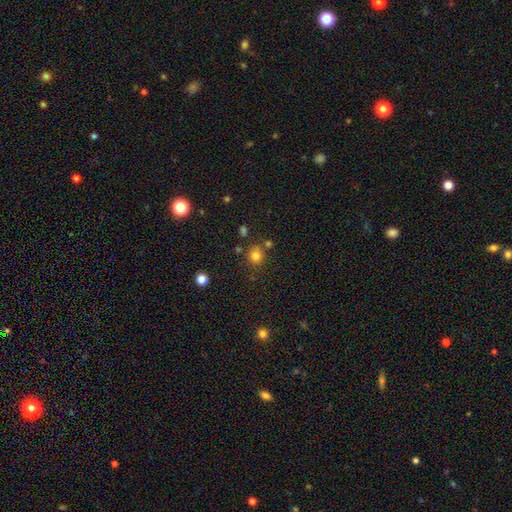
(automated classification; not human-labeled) The model was most divided on "smooth or featured": smooth: 78%, star or artifact: 15%, featured or disk: 6%. More confident: how rounded — round (86%); merging — none (76%).